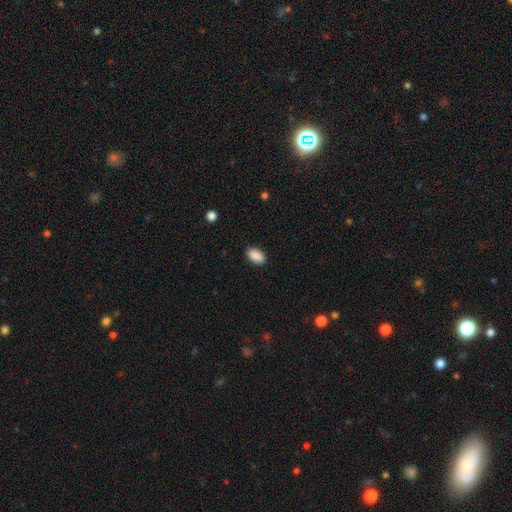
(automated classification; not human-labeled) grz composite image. It shows a smooth galaxy with no disk features (90%) that is in between round and cigar-shaped (93%). Merging: none (88%).